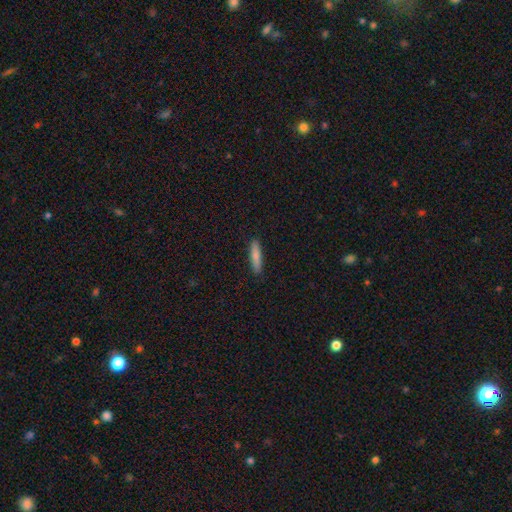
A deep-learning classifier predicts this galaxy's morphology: A smooth galaxy with no disk features (82%) that is cigar-shaped (84%).

Vote fractions:
- Smooth or featured? smooth: 82% / featured or disk: 12% / star or artifact: 6%
- How rounded? cigar-shaped: 84% / in between: 14% / round: 1%
- Merging? none: 89% / minor disturbance: 8% / major disturbance: 2% / merger: 1%